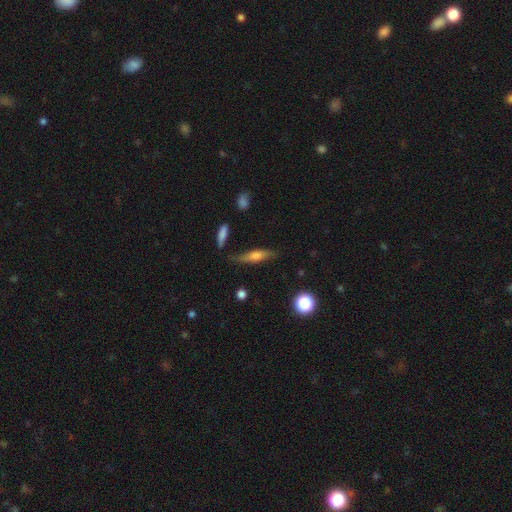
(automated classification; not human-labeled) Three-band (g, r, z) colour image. It shows a smooth galaxy with no disk features (53%) that is cigar-shaped (69%). Merging: none (71%).